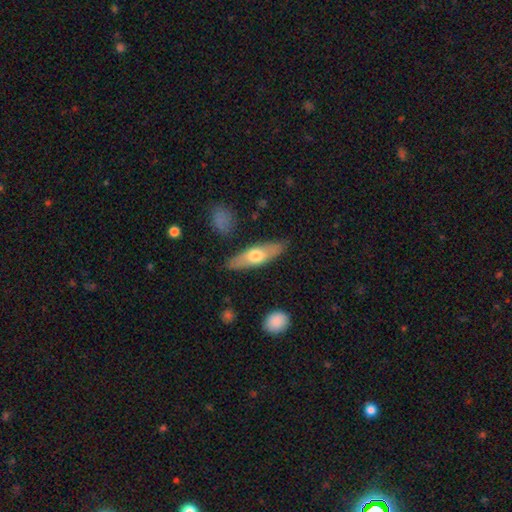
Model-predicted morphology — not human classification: A smooth galaxy with no disk features (55%) that is cigar-shaped (52%).

Vote fractions:
- Smooth or featured? smooth: 55% / featured or disk: 40% / star or artifact: 5%
- How rounded? cigar-shaped: 52% / in between: 46% / round: 2%
- Merging? none: 85% / minor disturbance: 10% / major disturbance: 2% / merger: 2%